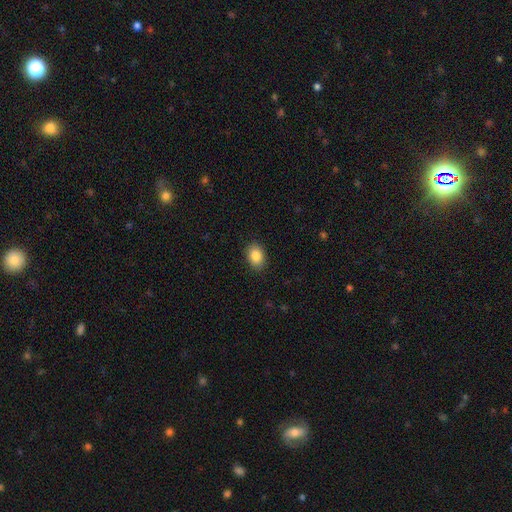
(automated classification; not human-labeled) Smooth or featured? smooth (86%)
How rounded? in between (78%)
Merging? none (89%)